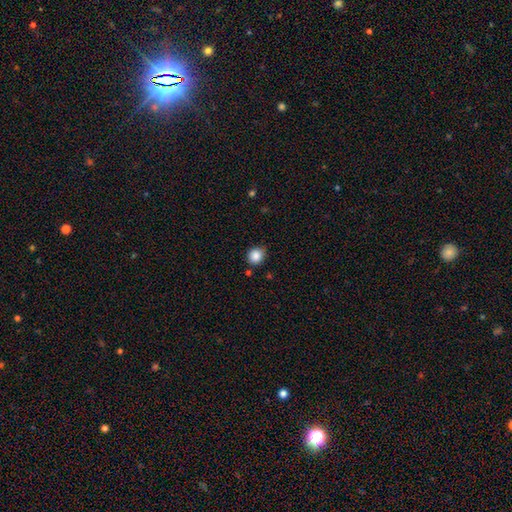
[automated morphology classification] The model was most divided on "how rounded": round: 83%, in between: 16%, cigar-shaped: 1%. More confident: smooth or featured — smooth (86%); merging — none (81%).